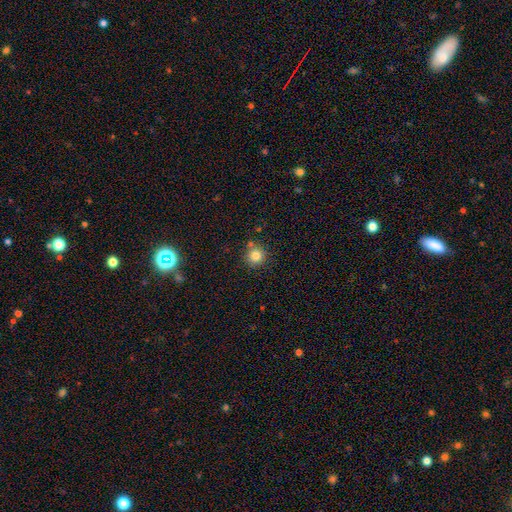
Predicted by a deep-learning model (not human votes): Smooth or featured?
  - smooth: 81% *
  - star or artifact: 12%
  - featured or disk: 7%
How rounded?
  - round: 92% *
  - in between: 7%
  - cigar-shaped: 1%
Merging?
  - none: 80% *
  - minor disturbance: 10%
  - merger: 8%
  - major disturbance: 3%